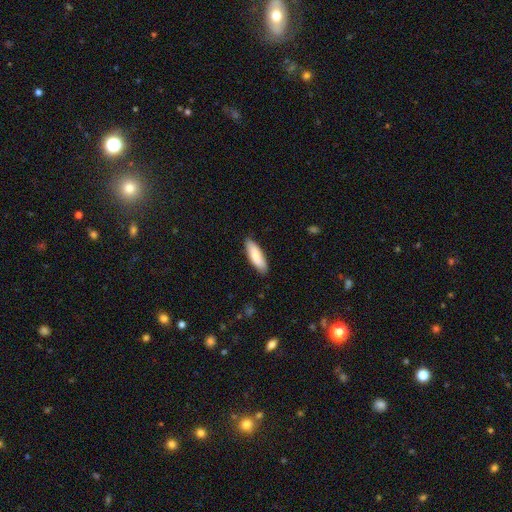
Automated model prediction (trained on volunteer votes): This is clearly a smooth galaxy (81%). How rounded: possibly in between (53%). Merging: clearly none (87%).